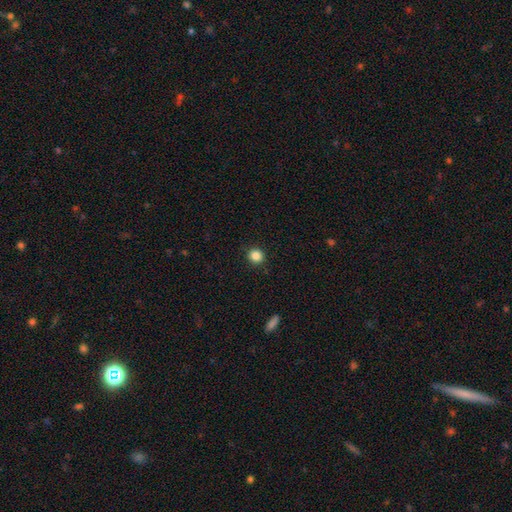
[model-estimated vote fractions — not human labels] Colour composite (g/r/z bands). It shows a smooth galaxy with no disk features (86%) that is round (90%). Merging: none (91%).